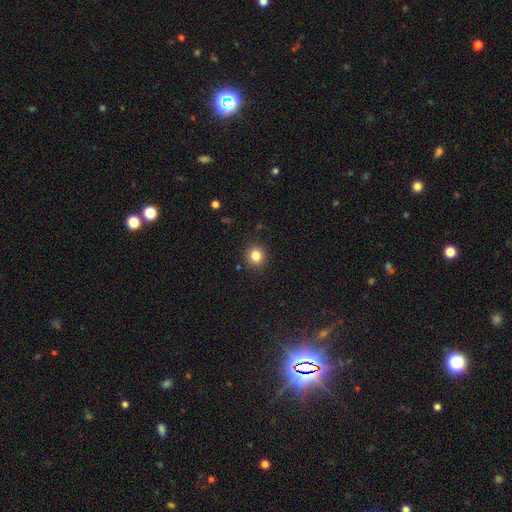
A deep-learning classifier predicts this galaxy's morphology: This appears to be a smooth galaxy with no disk features (83%) that is round (90%). Merging: none (91%).